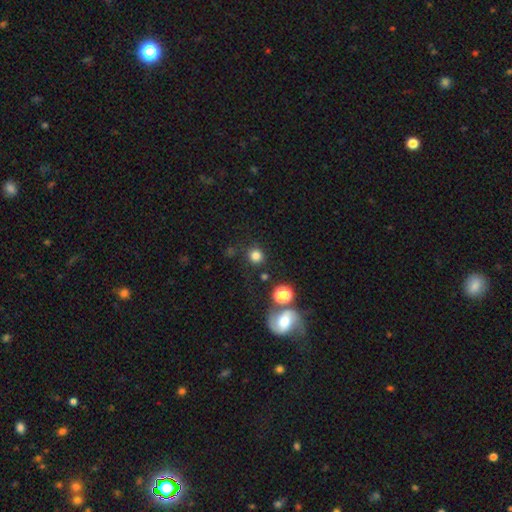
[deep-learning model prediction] smooth-or-featured: smooth: 79% | star or artifact: 14% | featured or disk: 7%
  how-rounded: round: 91% | in between: 8% | cigar-shaped: 1%
  merging: none: 81% | minor disturbance: 9% | merger: 6% | major disturbance: 4%